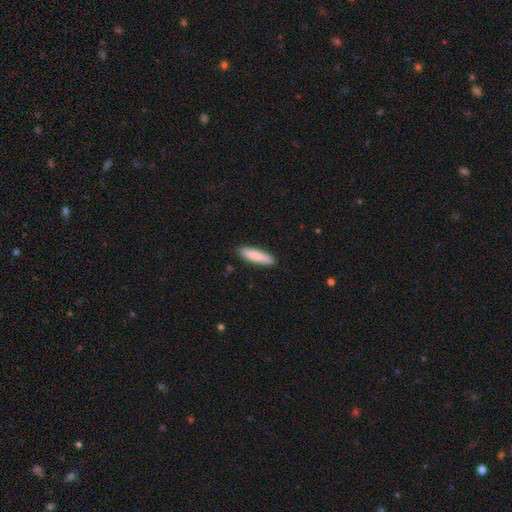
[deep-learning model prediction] The model was most divided on "how rounded": cigar-shaped: 78%, in between: 21%, round: 1%. More confident: merging — none (88%); smooth or featured — smooth (85%).